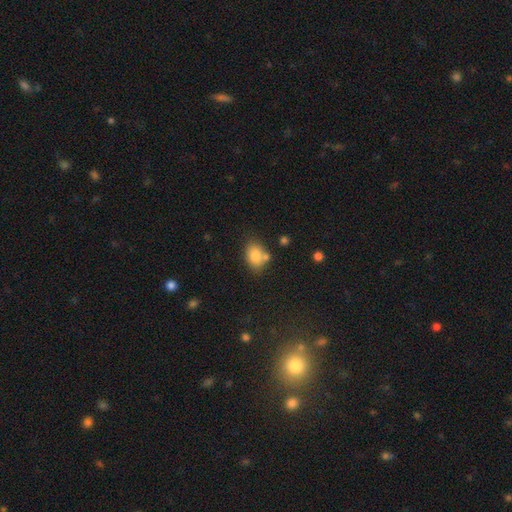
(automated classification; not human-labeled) The model was most divided on "how rounded": in between: 70%, round: 29%, cigar-shaped: 1%. More confident: smooth or featured — smooth (81%); merging — none (61%).